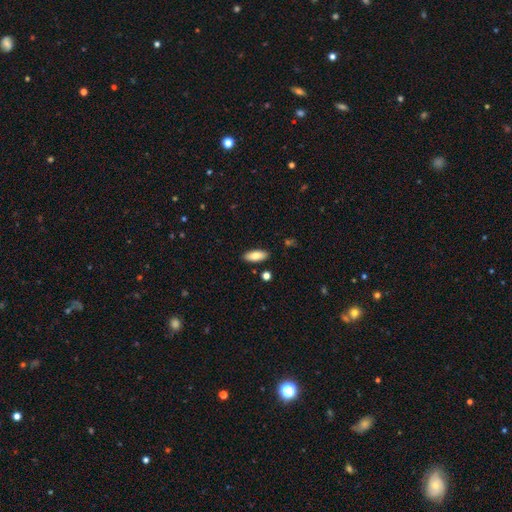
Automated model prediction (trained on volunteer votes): Q: Smooth or featured?
A: smooth (82%); runner-up: featured or disk (11%)
Q: How rounded?
A: in between (82%); runner-up: cigar-shaped (16%)
Q: Merging?
A: none (87%); runner-up: minor disturbance (9%)